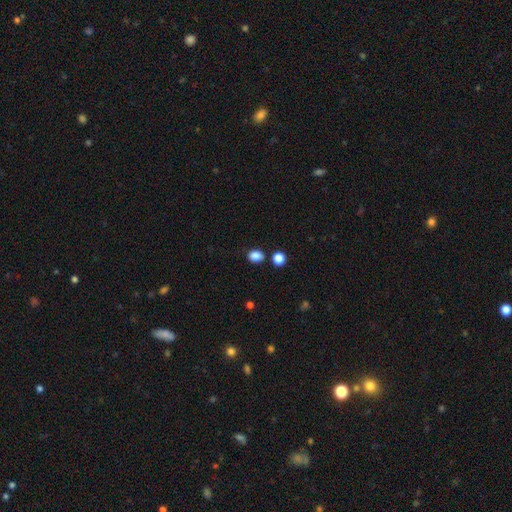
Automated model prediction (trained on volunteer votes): smooth-or-featured: smooth: 85% | star or artifact: 11% | featured or disk: 4%
  how-rounded: in between: 59% | round: 40% | cigar-shaped: 1%
  merging: none: 78% | minor disturbance: 12% | merger: 7% | major disturbance: 3%